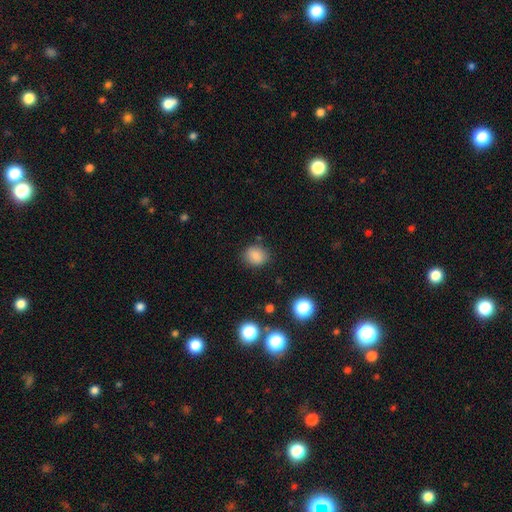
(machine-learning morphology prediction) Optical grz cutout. It shows a smooth galaxy with no disk features (84%) that is round (67%). Merging: none (82%).